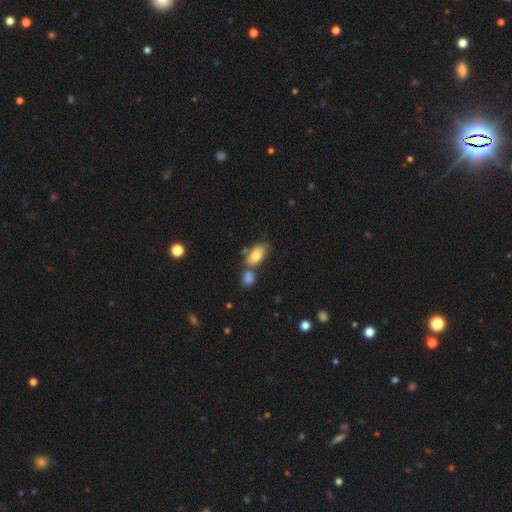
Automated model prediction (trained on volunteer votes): Smooth or featured?
  - smooth: 78% *
  - featured or disk: 14%
  - star or artifact: 7%
How rounded?
  - in between: 91% *
  - round: 5%
  - cigar-shaped: 4%
Merging?
  - none: 49% *
  - merger: 29%
  - minor disturbance: 16%
  - major disturbance: 5%